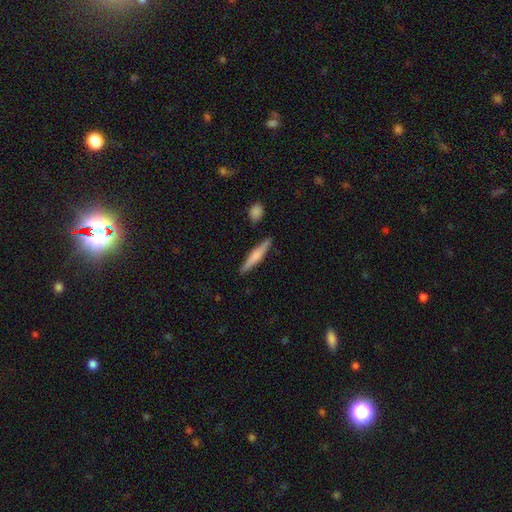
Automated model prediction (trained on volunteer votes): Smooth or featured?
  - smooth: 49% *
  - featured or disk: 45%
  - star or artifact: 6%
Merging?
  - none: 87% *
  - minor disturbance: 8%
  - merger: 2%
  - major disturbance: 2%